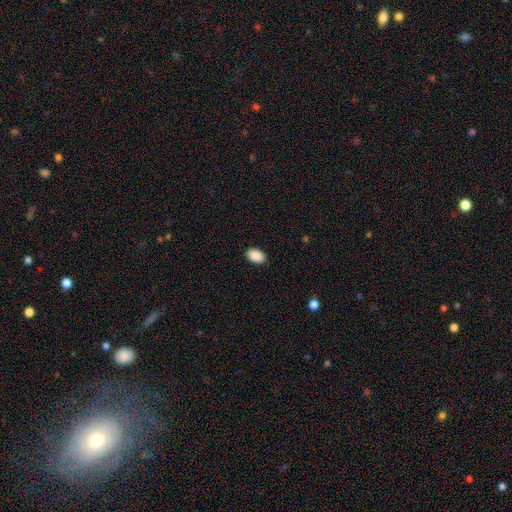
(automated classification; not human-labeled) Q: Smooth or featured?
A: smooth (90%); runner-up: star or artifact (7%)
Q: How rounded?
A: in between (91%); runner-up: round (7%)
Q: Merging?
A: none (89%); runner-up: minor disturbance (8%)